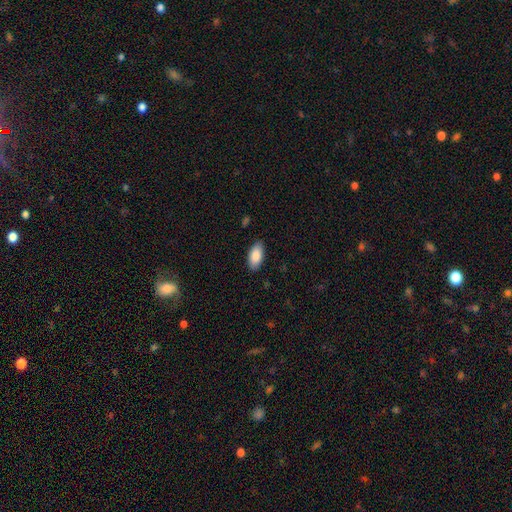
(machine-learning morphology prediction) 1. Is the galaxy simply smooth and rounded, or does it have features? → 87% smooth, 7% featured or disk, 6% star or artifact.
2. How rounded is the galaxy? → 93% in between, 5% cigar-shaped, 2% round.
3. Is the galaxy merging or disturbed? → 86% none, 10% minor disturbance, 2% major disturbance, 1% merger.